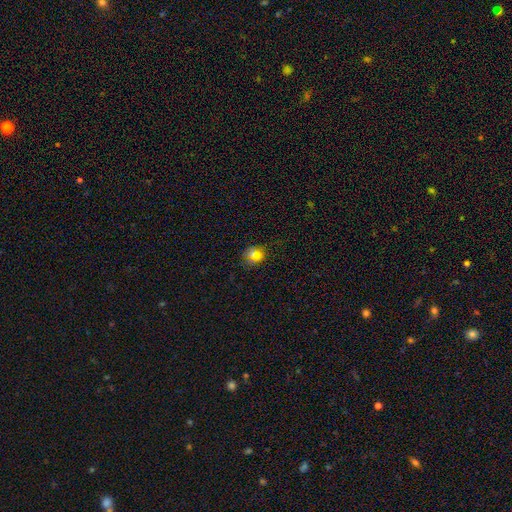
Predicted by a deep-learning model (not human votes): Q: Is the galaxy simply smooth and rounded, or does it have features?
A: smooth — 63%.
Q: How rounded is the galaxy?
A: round — 62%.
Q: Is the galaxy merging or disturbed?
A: none — 81%.